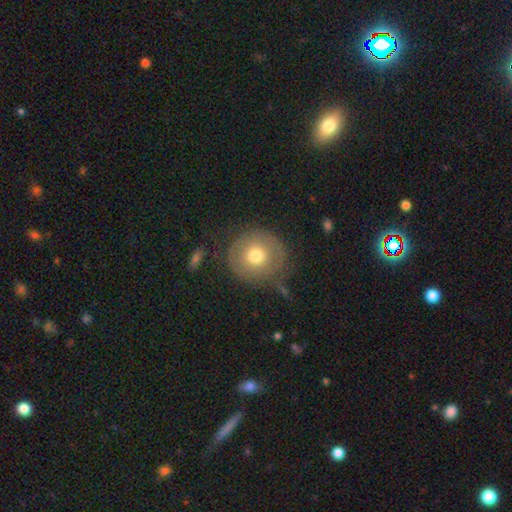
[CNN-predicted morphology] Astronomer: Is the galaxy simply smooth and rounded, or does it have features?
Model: smooth — 59%.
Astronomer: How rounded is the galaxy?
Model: round — 91%.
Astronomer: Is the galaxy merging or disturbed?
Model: none — 67%.